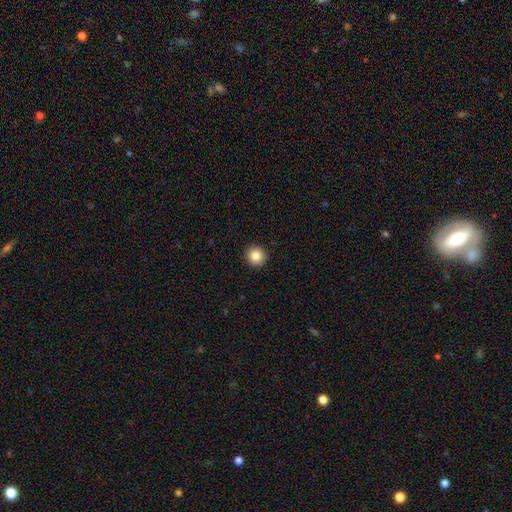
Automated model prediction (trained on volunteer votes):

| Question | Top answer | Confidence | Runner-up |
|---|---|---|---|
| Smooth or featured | smooth | 84% | star or artifact (10%) |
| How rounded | round | 92% | in between (7%) |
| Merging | none | 93% | minor disturbance (5%) |